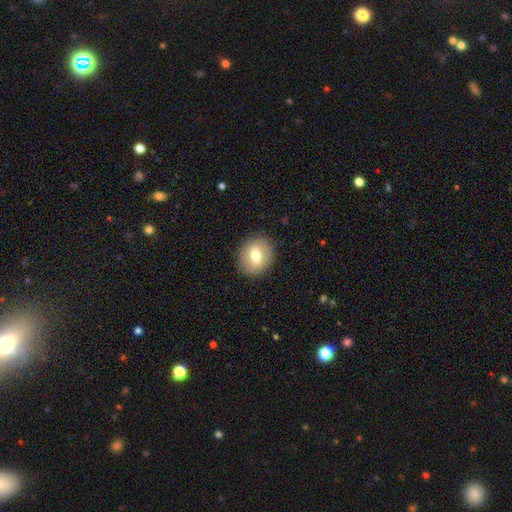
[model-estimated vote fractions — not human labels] Morphology: type=smooth (63%); roundness=round (65%); merging=none (88%).